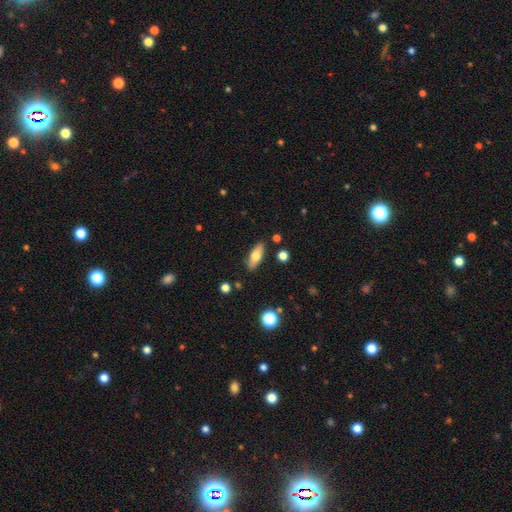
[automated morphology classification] This appears to be a smooth galaxy with no disk features (68%) that is in between round and cigar-shaped (71%). Merging: none (86%).